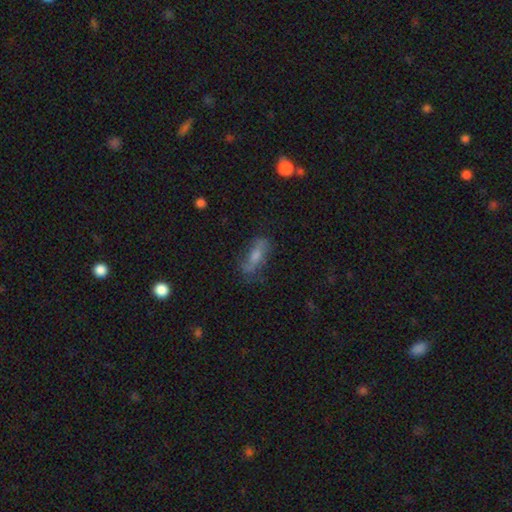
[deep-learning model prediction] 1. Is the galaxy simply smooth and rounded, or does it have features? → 45% smooth, 43% featured or disk, 12% star or artifact.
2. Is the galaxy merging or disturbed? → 64% none, 22% minor disturbance, 11% major disturbance, 3% merger.